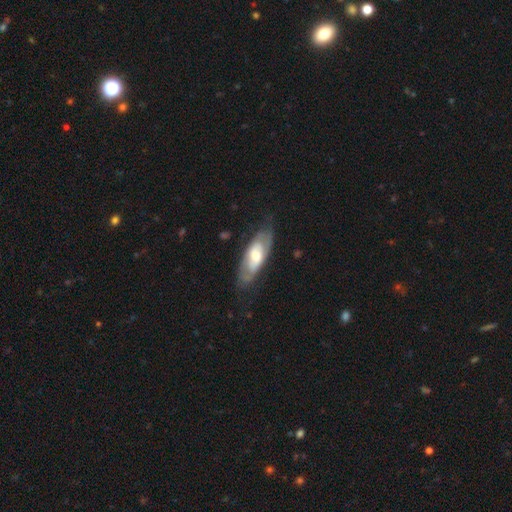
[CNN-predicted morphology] A featured or disk galaxy (56%).

Vote fractions:
- Smooth or featured? featured or disk: 56% / smooth: 38% / star or artifact: 5%
- Edge-on disk? no: 80% / yes: 20%
- Merging? none: 65% / minor disturbance: 23% / major disturbance: 10% / merger: 2%